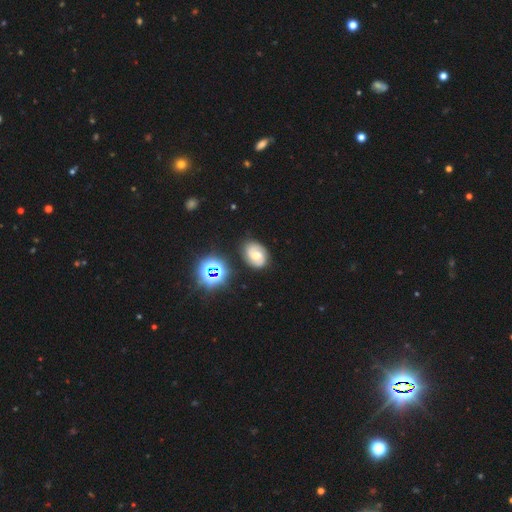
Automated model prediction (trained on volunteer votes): A featured or disk galaxy (62%) with no bar (49%), 2 (82%) medium (45%) spiral arms (86%) and a moderate central bulge (65%).

Vote fractions:
- Smooth or featured? featured or disk: 62% / smooth: 24% / star or artifact: 14%
- Edge-on disk? no: 97% / yes: 3%
- Bar? no: 49% / weak: 40% / strong: 11%
- Spiral arms? yes: 86% / no: 14%
- Spiral winding? medium: 45% / tight: 38% / loose: 17%
- Spiral arm count? 2: 82% / can't tell: 10% / 1: 3% / 3: 2% / 4: 1% / more than 4: 1%
- Bulge size? moderate: 65% / small: 21% / large: 9% / none: 3% / dominant: 2%
- Merging? none: 81% / minor disturbance: 13% / major disturbance: 4% / merger: 2%